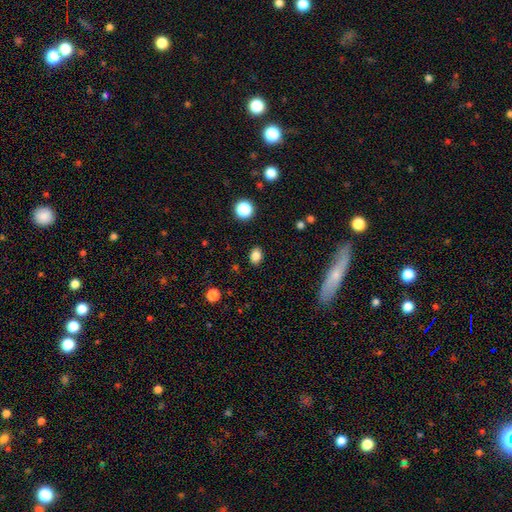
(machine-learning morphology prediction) This appears to be a smooth galaxy with no disk features (84%) that is in between round and cigar-shaped (70%). Merging: none (88%).